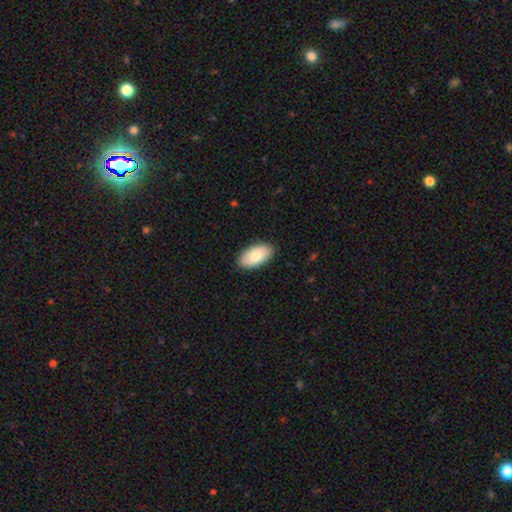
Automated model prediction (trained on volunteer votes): This is clearly a smooth galaxy (80%). How rounded: clearly in between (95%). Merging: clearly none (88%).